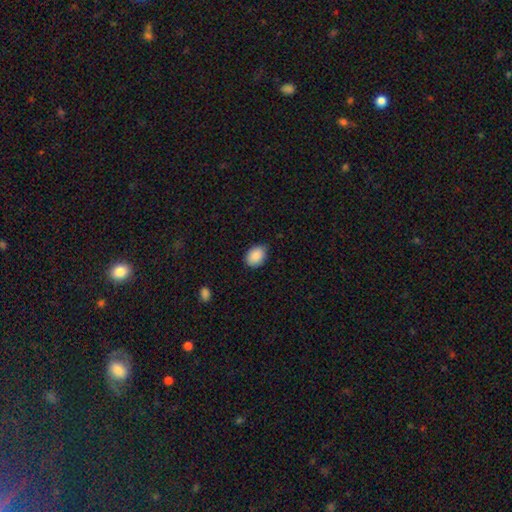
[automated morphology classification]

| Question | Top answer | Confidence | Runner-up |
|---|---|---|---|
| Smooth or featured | smooth | 89% | star or artifact (7%) |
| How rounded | in between | 71% | round (28%) |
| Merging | none | 77% | minor disturbance (19%) |